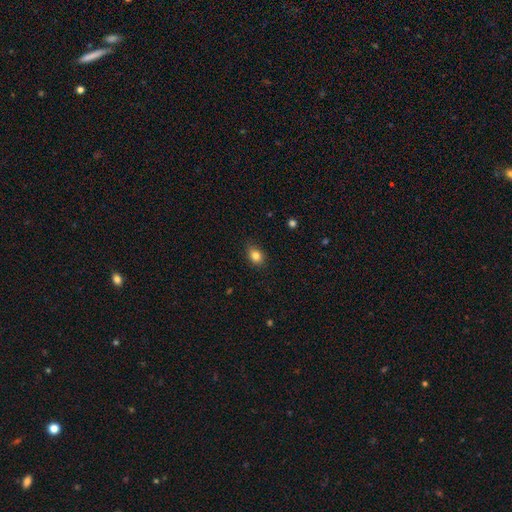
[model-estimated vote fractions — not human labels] The model was most divided on "how rounded": in between: 63%, round: 36%, cigar-shaped: 1%. More confident: smooth or featured — smooth (83%); merging — none (82%).